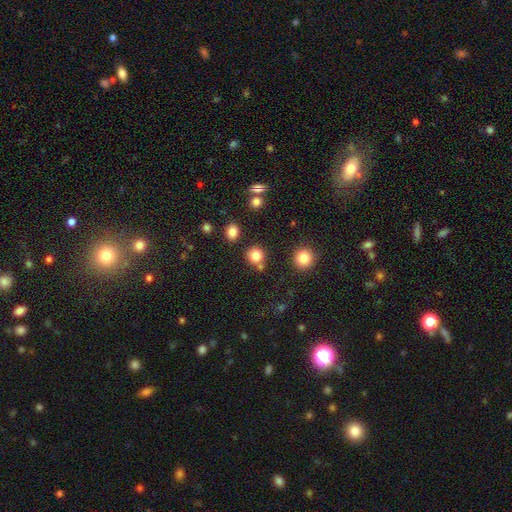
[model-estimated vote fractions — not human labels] This is clearly a smooth galaxy (80%). How rounded: clearly round (87%). Merging: likely none (72%).